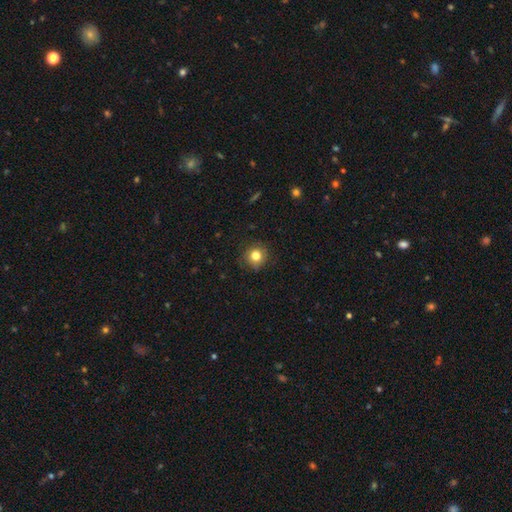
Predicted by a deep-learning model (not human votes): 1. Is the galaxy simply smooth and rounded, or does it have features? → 81% smooth, 12% star or artifact, 8% featured or disk.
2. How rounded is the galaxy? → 93% round, 7% in between, 1% cigar-shaped.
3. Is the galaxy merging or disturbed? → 88% none, 9% minor disturbance, 2% major disturbance, 1% merger.